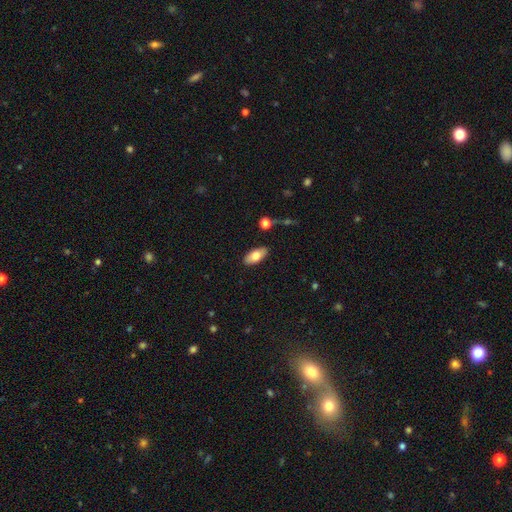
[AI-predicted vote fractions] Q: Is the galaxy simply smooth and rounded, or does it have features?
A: smooth — 75%.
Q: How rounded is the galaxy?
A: in between — 90%.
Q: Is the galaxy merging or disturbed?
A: none — 87%.